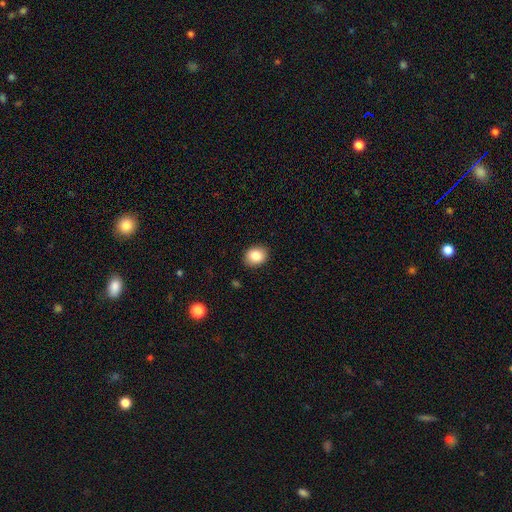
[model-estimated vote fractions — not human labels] This is clearly a smooth galaxy (84%). How rounded: possibly round (55%). Merging: clearly none (90%).